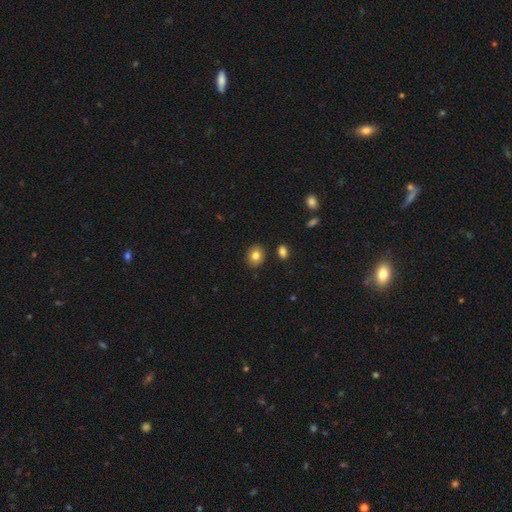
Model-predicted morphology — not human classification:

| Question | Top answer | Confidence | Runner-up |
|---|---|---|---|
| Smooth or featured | smooth | 81% | star or artifact (9%) |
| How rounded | round | 57% | in between (42%) |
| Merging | none | 87% | minor disturbance (8%) |